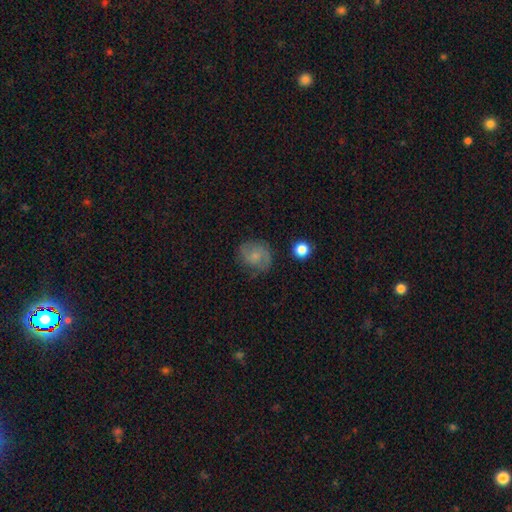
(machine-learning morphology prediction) Overall: smooth (50%; featured or disk 40%). Merging: none (66%).